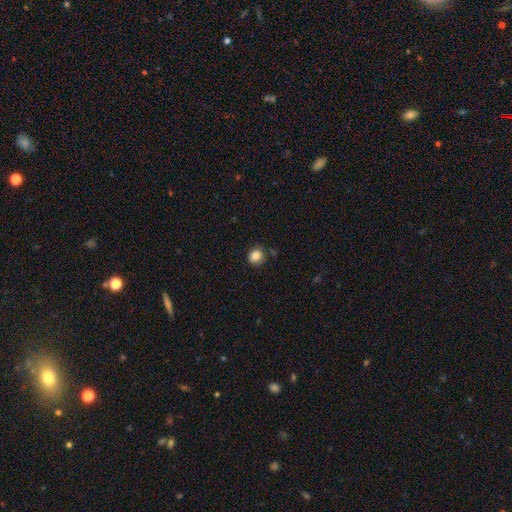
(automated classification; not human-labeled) smooth_or_featured: smooth (p=0.84) [alt: star or artifact p=0.10]
how_rounded: round (p=0.86) [alt: in between p=0.13]
merging: none (p=0.82) [alt: minor disturbance p=0.12]